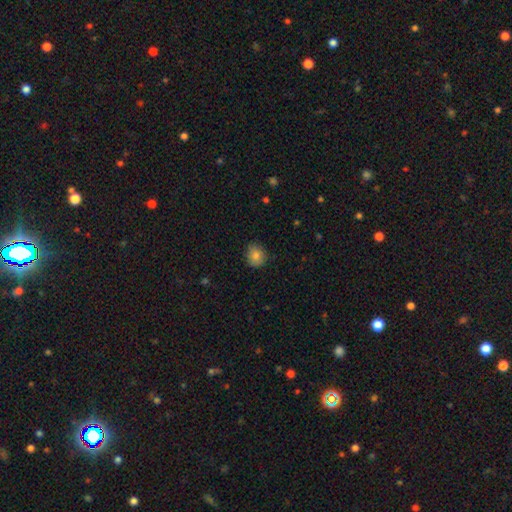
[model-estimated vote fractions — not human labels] A smooth galaxy with no disk features (81%) that is round (75%). Merging: none (82%).